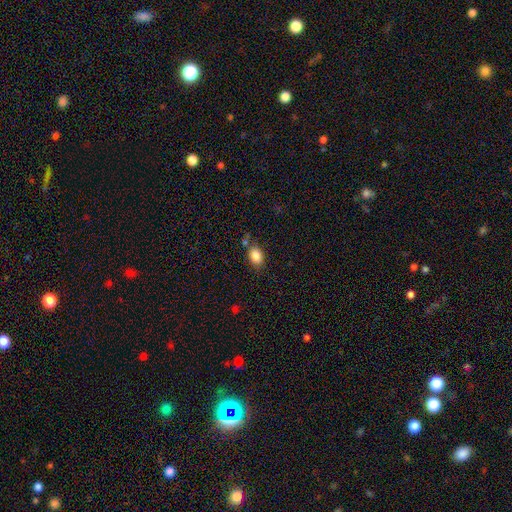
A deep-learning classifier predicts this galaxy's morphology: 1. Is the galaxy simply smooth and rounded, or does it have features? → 86% smooth, 9% star or artifact, 5% featured or disk.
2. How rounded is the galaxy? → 76% in between, 23% round, 1% cigar-shaped.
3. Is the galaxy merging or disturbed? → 70% none, 16% minor disturbance, 9% merger, 4% major disturbance.